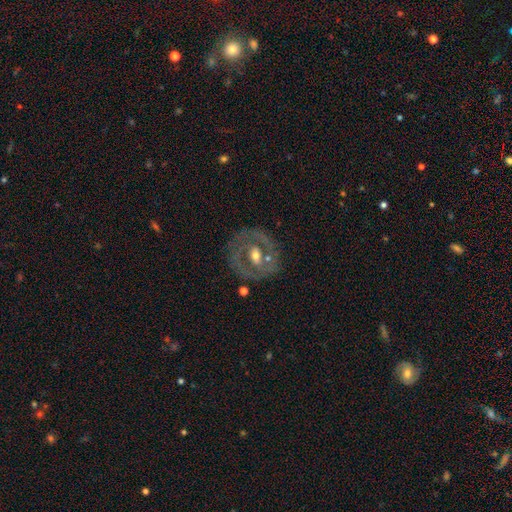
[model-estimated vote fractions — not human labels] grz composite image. It shows a featured or disk galaxy (68%) with no bar (53%), no spiral arms (69%) and a moderate central bulge (71%). Merging: none (71%).